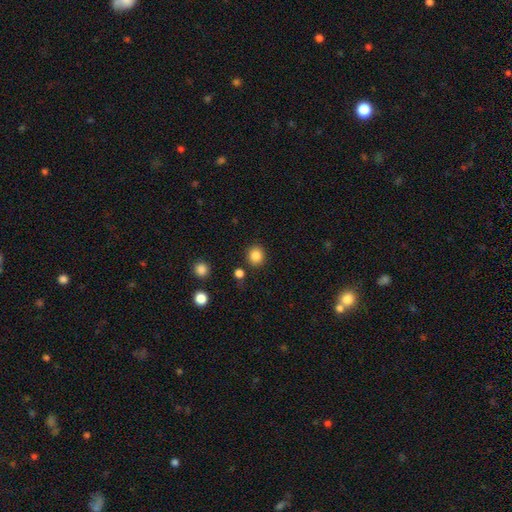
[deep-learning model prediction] Smooth or featured?
  - smooth: 86% *
  - star or artifact: 10%
  - featured or disk: 4%
How rounded?
  - round: 83% *
  - in between: 16%
  - cigar-shaped: 1%
Merging?
  - none: 86% *
  - minor disturbance: 8%
  - merger: 3%
  - major disturbance: 3%